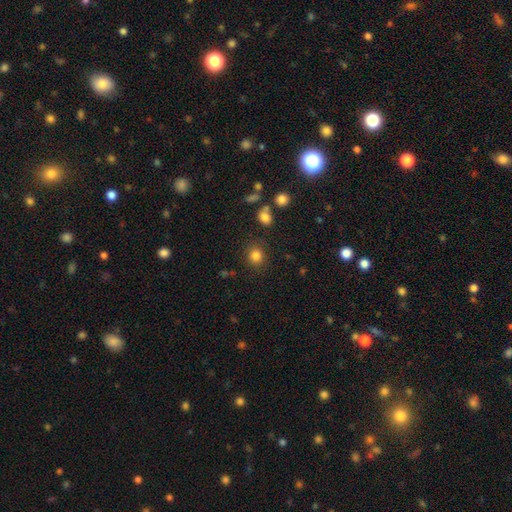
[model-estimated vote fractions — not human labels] smooth-or-featured: smooth: 83% | star or artifact: 11% | featured or disk: 5%
  how-rounded: round: 83% | in between: 16% | cigar-shaped: 1%
  merging: none: 84% | minor disturbance: 9% | major disturbance: 4% | merger: 3%